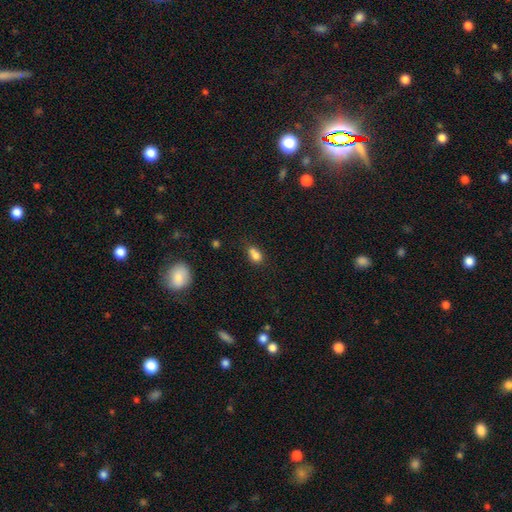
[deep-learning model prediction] Morphology: type=smooth (76%); roundness=in between (64%); merging=merger (38%).